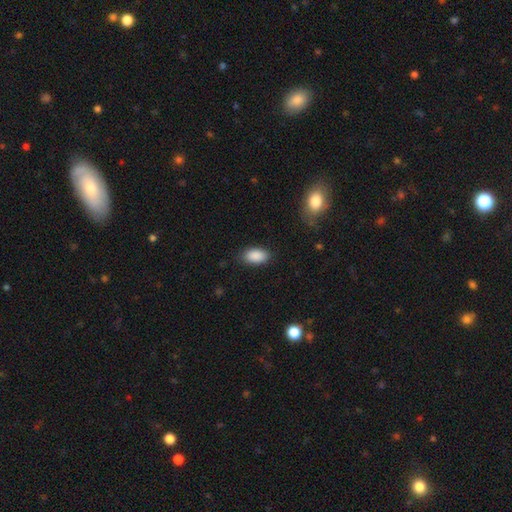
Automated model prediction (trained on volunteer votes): The model was most divided on "merging": none: 85%, minor disturbance: 11%, major disturbance: 3%, merger: 1%. More confident: how rounded — in between (93%); smooth or featured — smooth (89%).